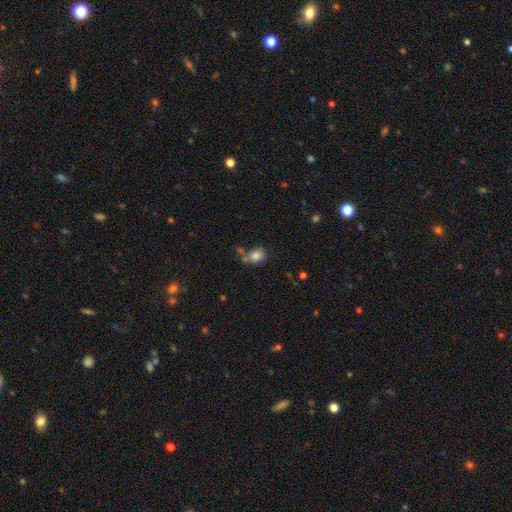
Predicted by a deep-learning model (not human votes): A smooth galaxy with no disk features (82%) that is round (50%). Merging: none (52%).